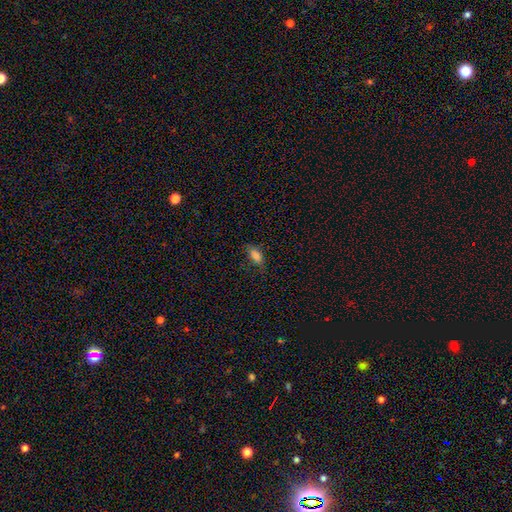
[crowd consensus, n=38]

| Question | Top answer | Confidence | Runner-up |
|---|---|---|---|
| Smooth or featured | smooth | 92% | star or artifact (8%) |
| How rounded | in between | 91% | cigar-shaped (6%) |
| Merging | none | 86% | minor disturbance (11%) |